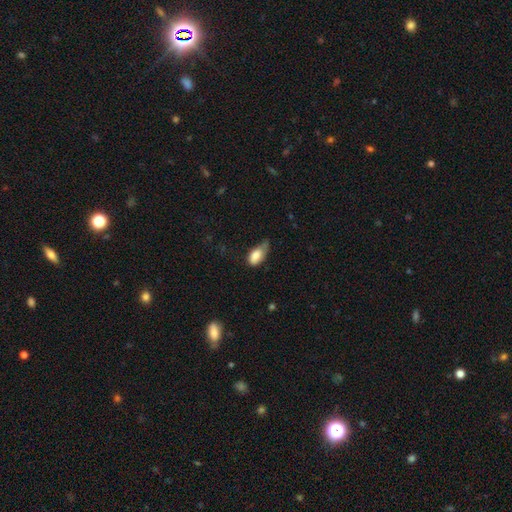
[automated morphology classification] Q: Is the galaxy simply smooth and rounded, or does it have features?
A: smooth — 81%.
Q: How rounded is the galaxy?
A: in between — 91%.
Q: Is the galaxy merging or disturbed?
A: minor disturbance — 49%.